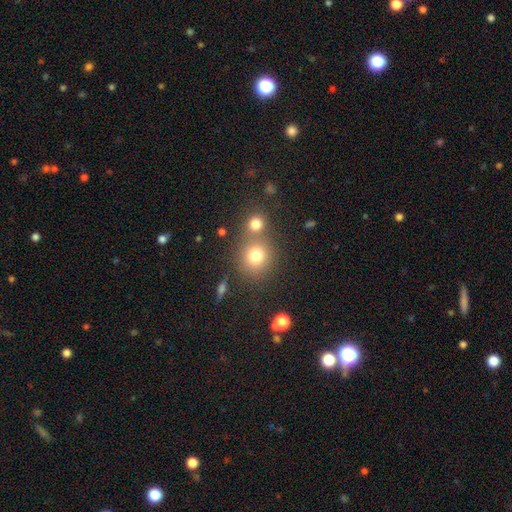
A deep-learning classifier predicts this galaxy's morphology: smooth 77%, star or artifact 14%, featured or disk 9%. Down the decision tree: how rounded — round (85%); merging — none (59%).